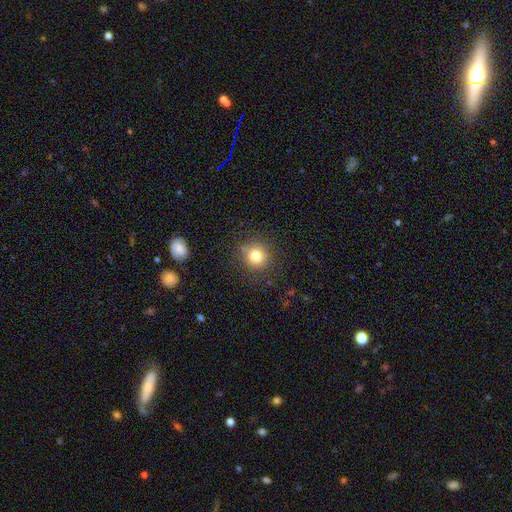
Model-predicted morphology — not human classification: smooth 80%, star or artifact 13%, featured or disk 7%. Down the decision tree: how rounded — round (91%); merging — none (82%).